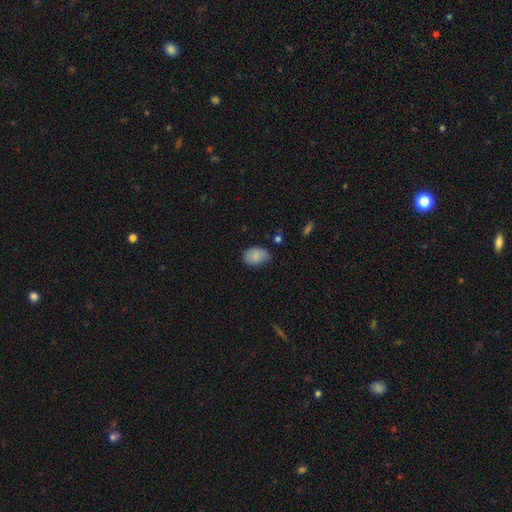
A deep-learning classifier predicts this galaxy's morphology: Overall: smooth (85%). How rounded: in between (80%). Merging: none (69%).